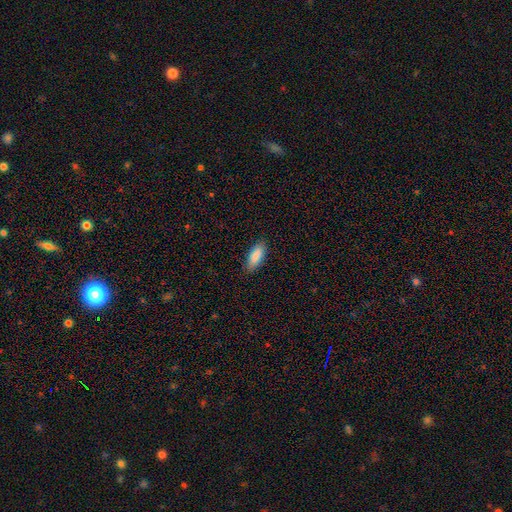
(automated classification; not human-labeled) smooth 88%, featured or disk 6%, star or artifact 6%. Down the decision tree: how rounded — in between (78%); merging — none (86%).